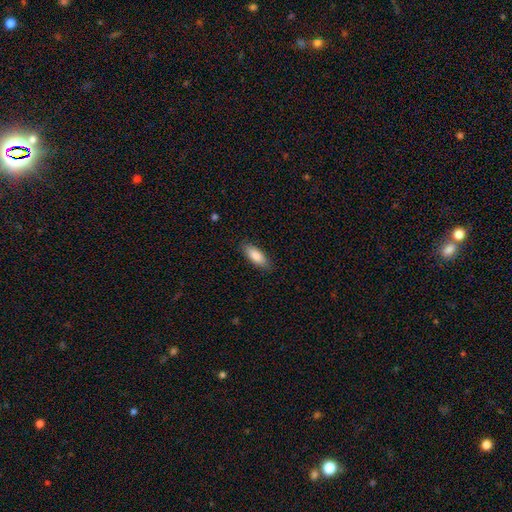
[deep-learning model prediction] The model was most divided on "how rounded": in between: 72%, cigar-shaped: 26%, round: 2%. More confident: smooth or featured — smooth (86%); merging — none (86%).